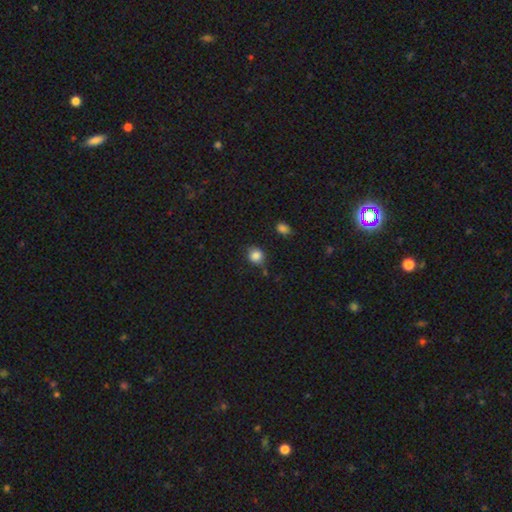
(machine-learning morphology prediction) Smooth or featured?
  - smooth: 85% *
  - star or artifact: 11%
  - featured or disk: 5%
How rounded?
  - round: 76% *
  - in between: 23%
  - cigar-shaped: 1%
Merging?
  - none: 76% *
  - minor disturbance: 16%
  - merger: 4%
  - major disturbance: 4%